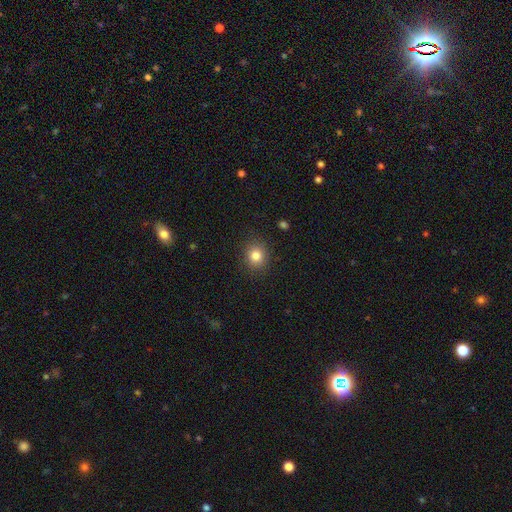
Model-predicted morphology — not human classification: smooth-or-featured: smooth: 82% | star or artifact: 12% | featured or disk: 6%
  how-rounded: round: 82% | in between: 17% | cigar-shaped: 1%
  merging: none: 89% | minor disturbance: 7% | major disturbance: 2% | merger: 1%